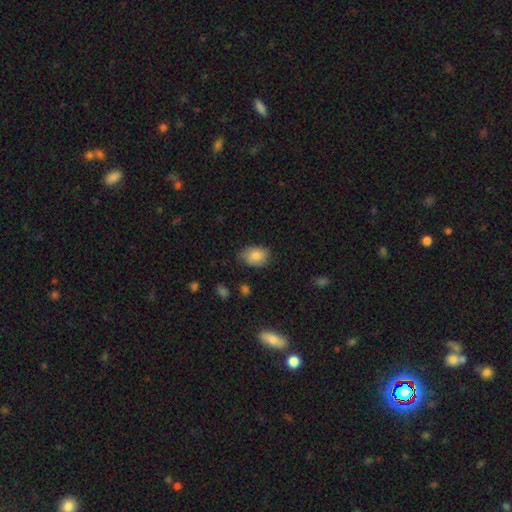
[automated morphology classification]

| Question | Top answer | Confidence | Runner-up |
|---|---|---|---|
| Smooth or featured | smooth | 80% | featured or disk (13%) |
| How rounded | in between | 76% | round (22%) |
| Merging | none | 68% | minor disturbance (26%) |